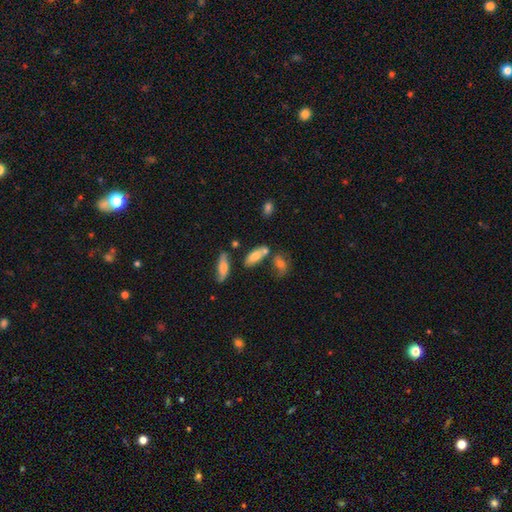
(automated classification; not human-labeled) Smooth or featured? Predicted: smooth (p=0.72). How rounded? Predicted: in between (p=0.71). Merging? Predicted: none (p=0.52).